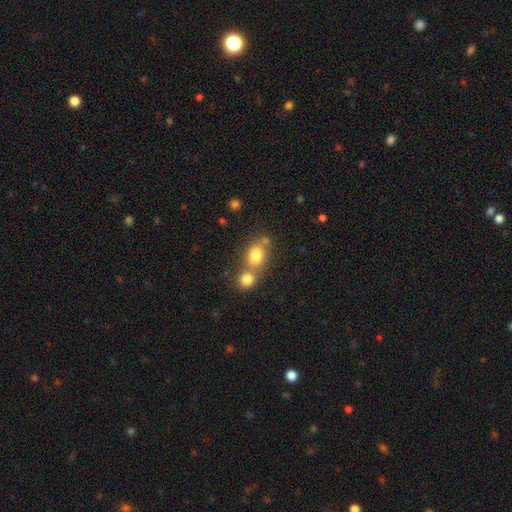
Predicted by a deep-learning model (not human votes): Smooth or featured: smooth — 78% (featured or disk — 11%)
How rounded: round — 55% (in between — 43%)
Merging: merger — 49% (none — 39%)